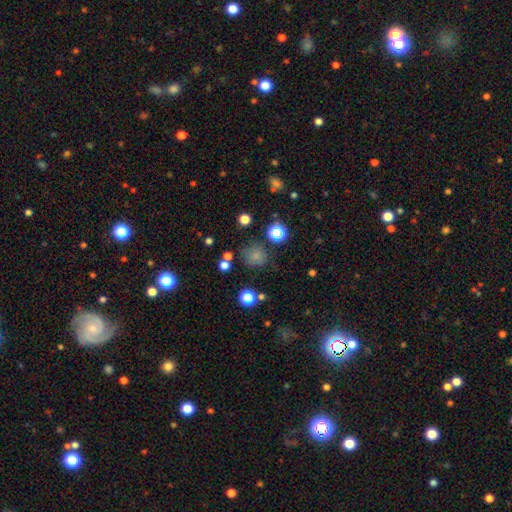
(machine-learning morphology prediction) Smooth or featured? smooth (73%)
How rounded? round (88%)
Merging? none (74%)